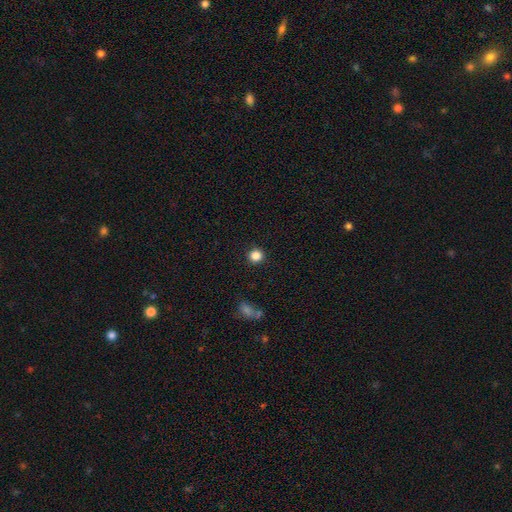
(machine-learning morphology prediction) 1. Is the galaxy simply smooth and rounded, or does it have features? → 85% smooth, 11% star or artifact, 4% featured or disk.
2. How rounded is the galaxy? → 93% round, 6% in between, 1% cigar-shaped.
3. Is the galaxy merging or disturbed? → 91% none, 5% minor disturbance, 2% major disturbance, 1% merger.